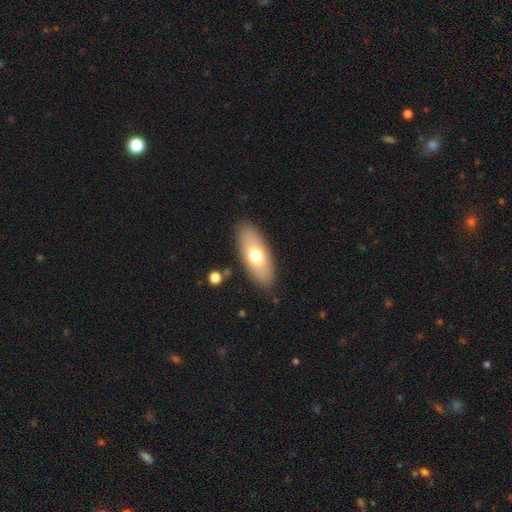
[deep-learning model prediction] Q: Smooth or featured?
A: smooth (66%); runner-up: featured or disk (28%)
Q: How rounded?
A: in between (79%); runner-up: cigar-shaped (18%)
Q: Merging?
A: none (86%); runner-up: minor disturbance (9%)